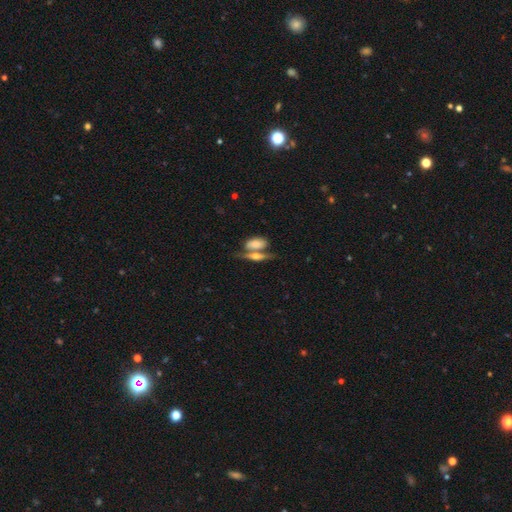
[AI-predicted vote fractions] smooth_or_featured: star or artifact (p=0.49) [alt: smooth p=0.31]